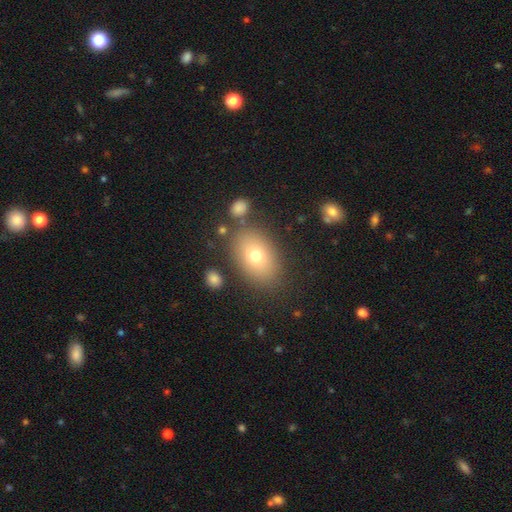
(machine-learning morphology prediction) Smooth or featured: smooth — 72% (featured or disk — 17%)
How rounded: in between — 81% (round — 18%)
Merging: none — 80% (minor disturbance — 11%)